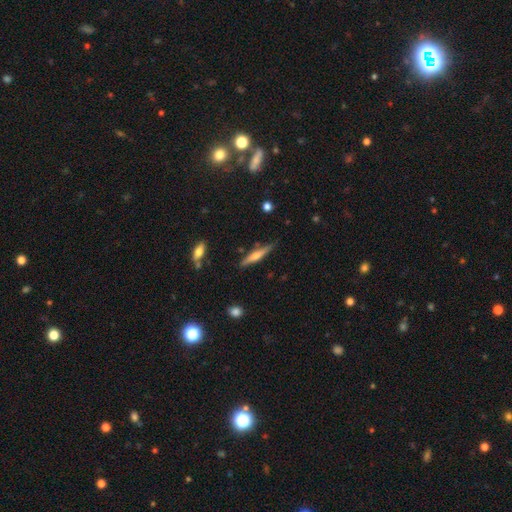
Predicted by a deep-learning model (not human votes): smooth_or_featured: featured or disk (p=0.53) [alt: smooth p=0.40]
disk_edge_on: yes (p=0.95) [alt: no p=0.05]
edge_on_bulge: rounded (p=0.71) [alt: none p=0.15]
merging: none (p=0.83) [alt: minor disturbance p=0.12]